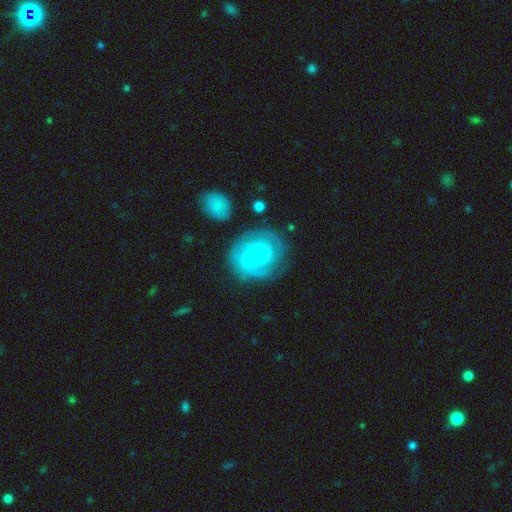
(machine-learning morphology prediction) featured or disk 82%, smooth 13%, star or artifact 5%. Down the decision tree: edge-on disk — no (98%); bar — no (59%); spiral arms — yes (96%); spiral arm count — 2 (55%); spiral winding — tight (52%); bulge size — small (77%); merging — none (76%).